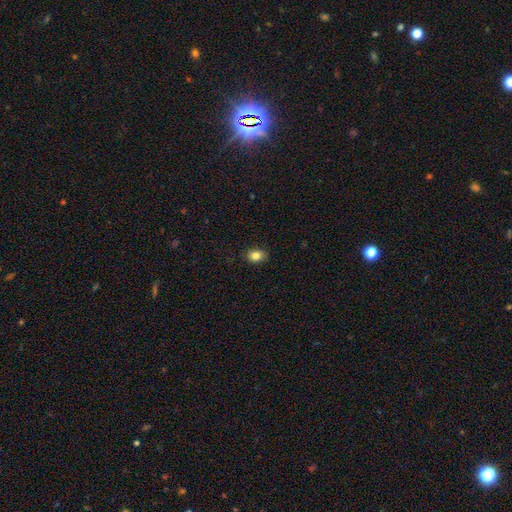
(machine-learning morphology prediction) Q: Smooth or featured?
A: smooth (83%); runner-up: star or artifact (10%)
Q: How rounded?
A: in between (63%); runner-up: round (35%)
Q: Merging?
A: none (85%); runner-up: minor disturbance (12%)